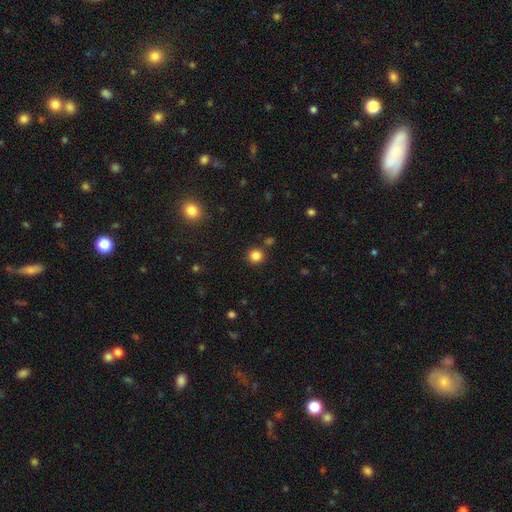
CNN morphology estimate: smooth-or-featured: smooth: 84% | star or artifact: 12% | featured or disk: 4%
  how-rounded: round: 93% | in between: 6% | cigar-shaped: 1%
  merging: none: 87% | minor disturbance: 6% | merger: 4% | major disturbance: 2%